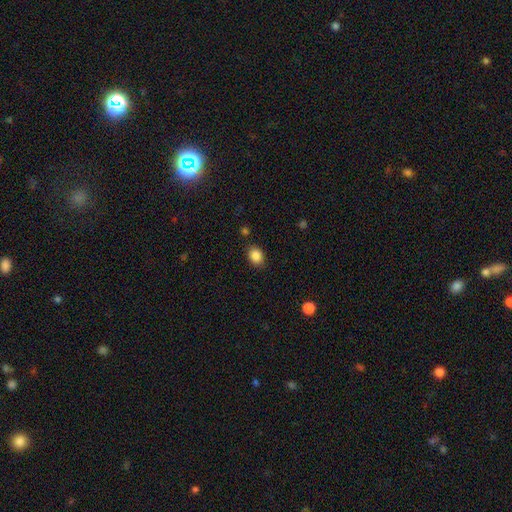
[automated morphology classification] smooth_or_featured: smooth (p=0.87) [alt: star or artifact p=0.09]
how_rounded: in between (p=0.63) [alt: round p=0.36]
merging: none (p=0.84) [alt: minor disturbance p=0.10]